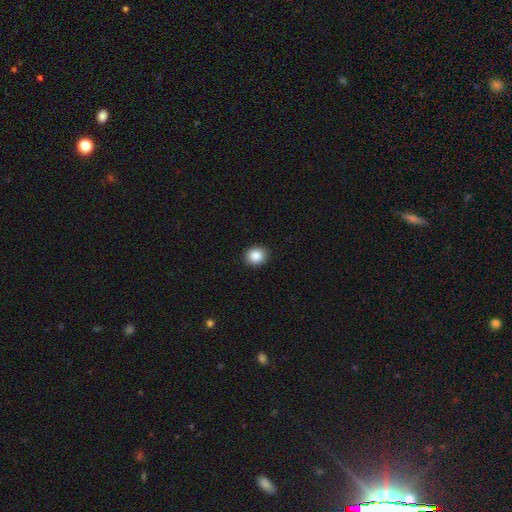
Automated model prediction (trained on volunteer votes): Morphology: type=smooth (88%); roundness=round (77%); merging=none (91%).